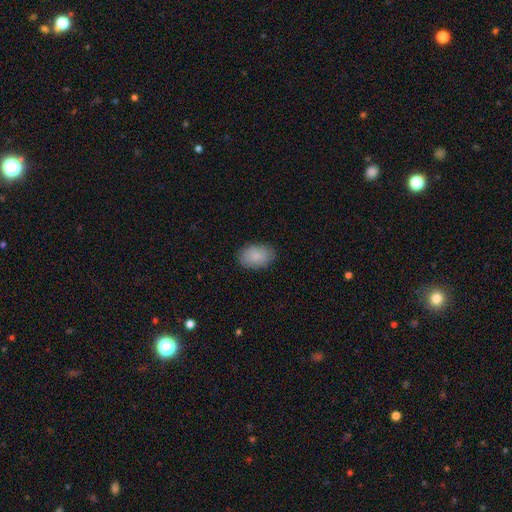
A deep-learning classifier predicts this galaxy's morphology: type=smooth (88%); roundness=in between (86%); merging=none (86%).